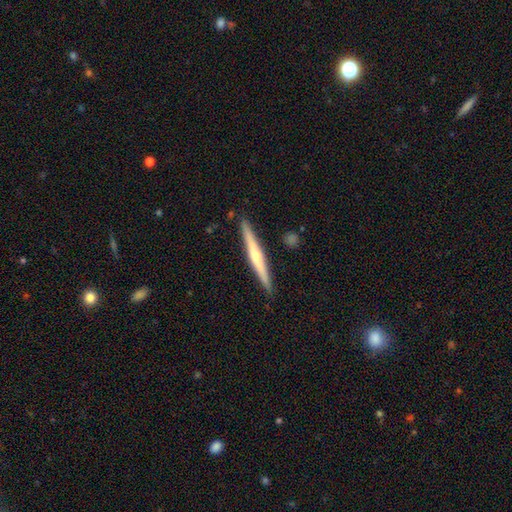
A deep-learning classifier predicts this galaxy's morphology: This appears to be a featured or disk galaxy (66%) viewed edge-on (98%) with a rounded central bulge (75%). Merging: none (91%).